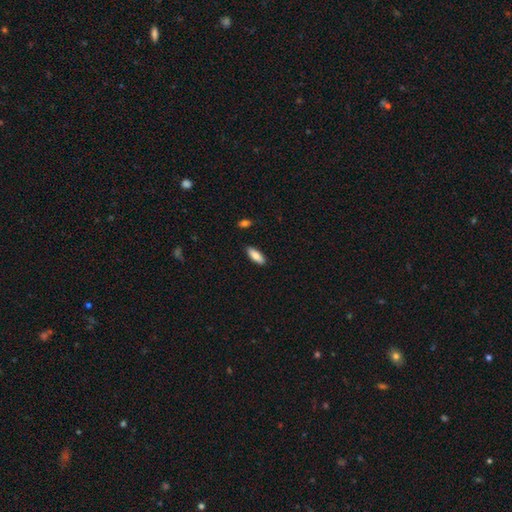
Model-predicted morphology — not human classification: Smooth or featured: smooth — 83% (featured or disk — 11%)
How rounded: in between — 70% (cigar-shaped — 28%)
Merging: none — 88% (minor disturbance — 9%)